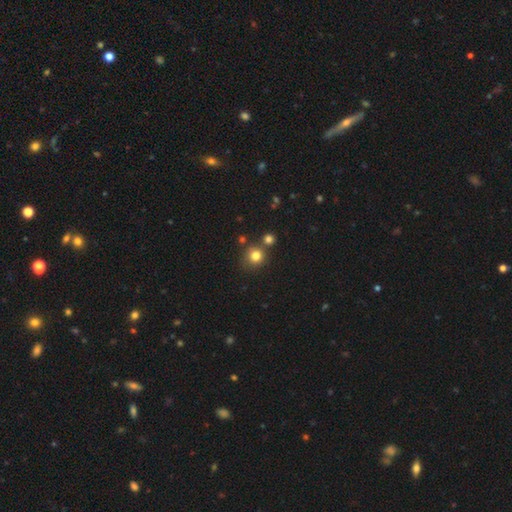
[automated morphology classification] Smooth or featured? smooth (80%)
How rounded? round (89%)
Merging? none (70%)